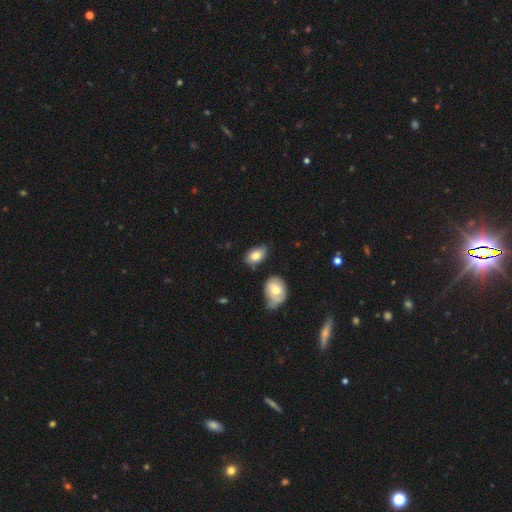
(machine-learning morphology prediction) A smooth galaxy with no disk features (80%) that is in between round and cigar-shaped (89%). Merging: none (65%).